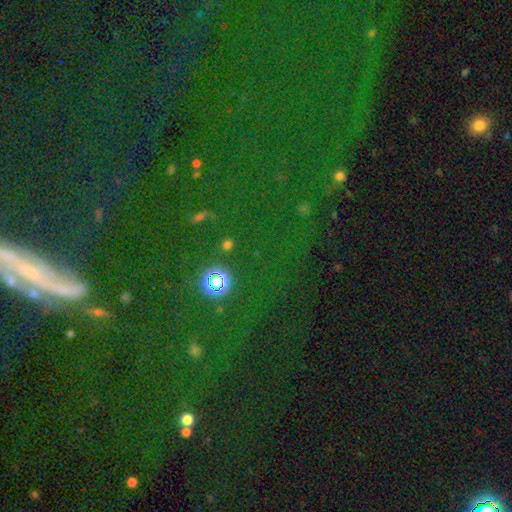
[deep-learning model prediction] A star or artifact, not a galaxy (64%).